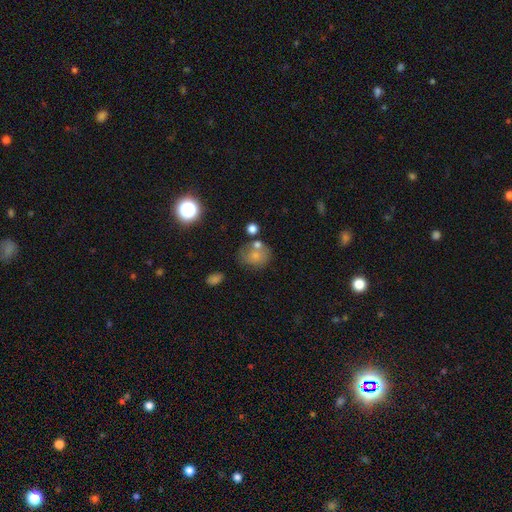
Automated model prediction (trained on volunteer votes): Smooth or featured?
  - smooth: 67% *
  - featured or disk: 20%
  - star or artifact: 12%
How rounded?
  - round: 62% *
  - in between: 37%
  - cigar-shaped: 1%
Merging?
  - none: 48% *
  - merger: 21%
  - minor disturbance: 20%
  - major disturbance: 11%